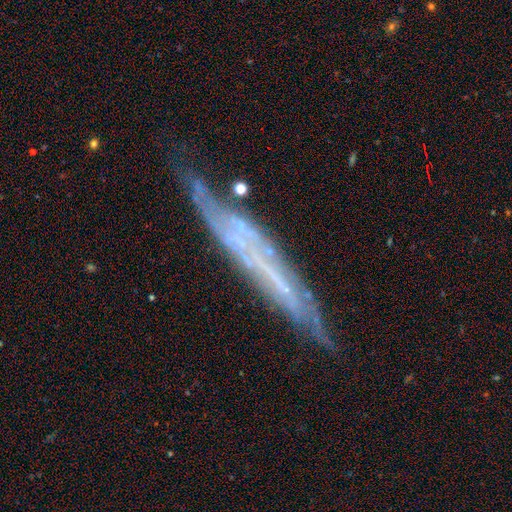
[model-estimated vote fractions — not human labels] Overall: featured or disk (69%). Edge-on disk: yes (71%). Merging: none (67%).